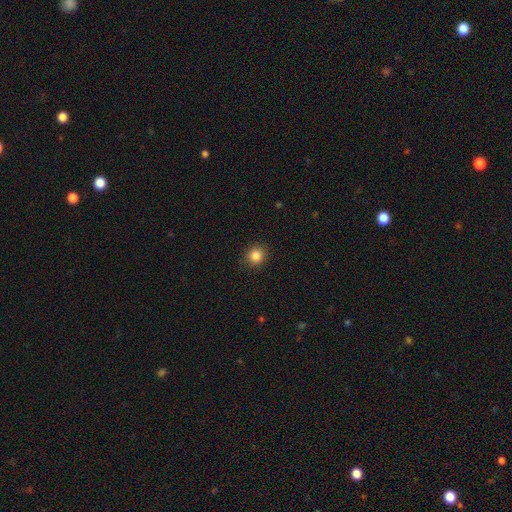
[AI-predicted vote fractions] Smooth or featured? smooth (85%)
How rounded? round (87%)
Merging? none (90%)